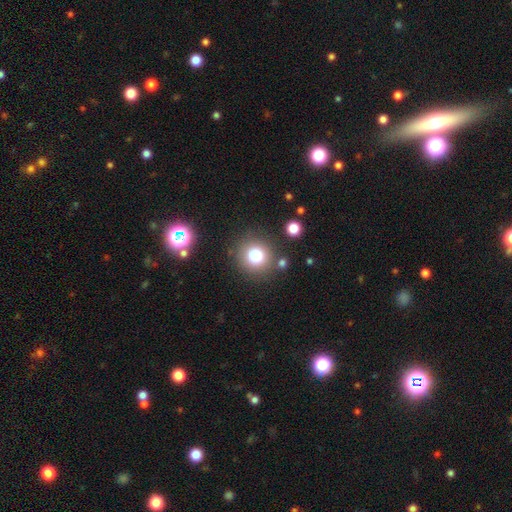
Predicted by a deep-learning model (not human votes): smooth-or-featured: smooth: 79% | star or artifact: 13% | featured or disk: 8%
  how-rounded: round: 92% | in between: 7% | cigar-shaped: 1%
  merging: none: 81% | minor disturbance: 9% | merger: 6% | major disturbance: 4%